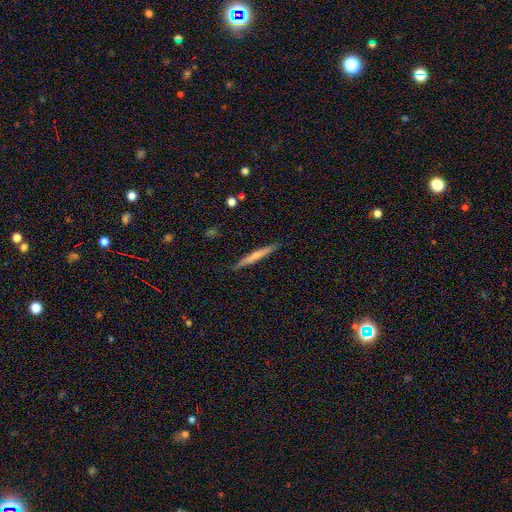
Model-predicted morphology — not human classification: smooth_or_featured: smooth (p=0.55) [alt: featured or disk p=0.39]
how_rounded: cigar-shaped (p=0.96) [alt: in between p=0.03]
merging: none (p=0.89) [alt: minor disturbance p=0.09]